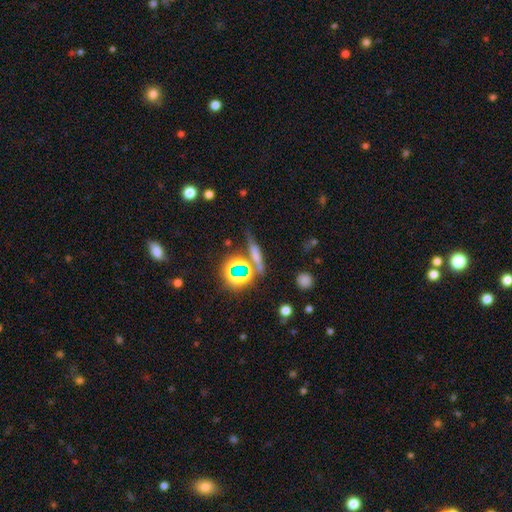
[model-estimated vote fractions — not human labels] Smooth or featured? smooth (45%)
Merging? none (68%)